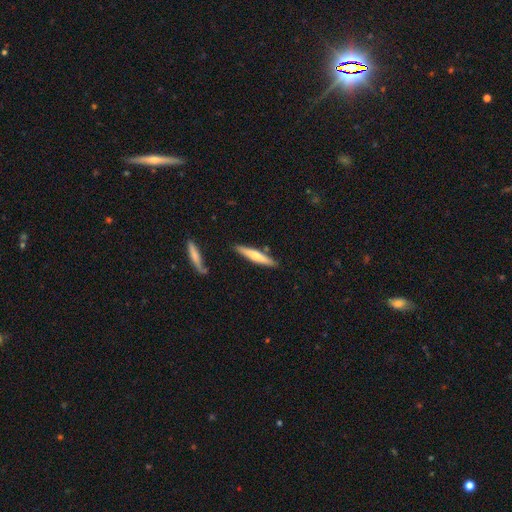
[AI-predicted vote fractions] smooth_or_featured: smooth (p=0.53) [alt: featured or disk p=0.42]
how_rounded: cigar-shaped (p=0.90) [alt: in between p=0.09]
merging: none (p=0.83) [alt: minor disturbance p=0.10]